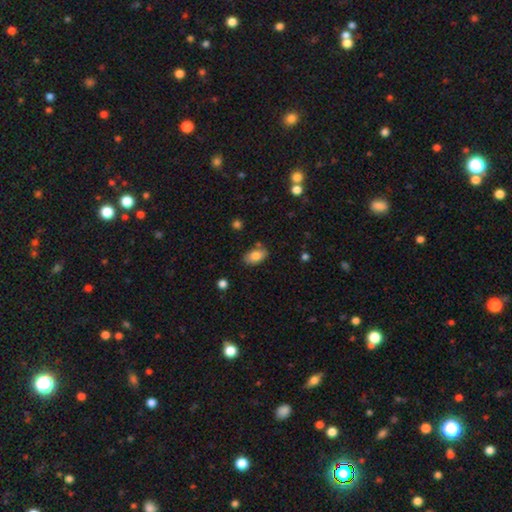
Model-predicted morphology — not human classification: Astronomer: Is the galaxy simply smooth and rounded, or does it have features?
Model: smooth — 81%.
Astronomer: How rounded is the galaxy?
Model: in between — 90%.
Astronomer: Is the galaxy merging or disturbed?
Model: none — 76%.